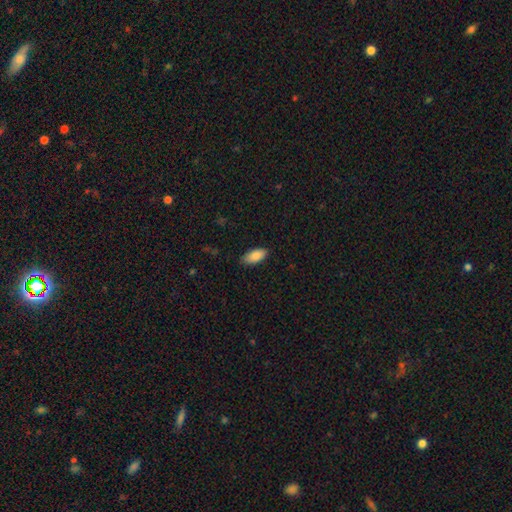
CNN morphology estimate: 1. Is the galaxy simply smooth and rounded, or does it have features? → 88% smooth, 6% star or artifact, 5% featured or disk.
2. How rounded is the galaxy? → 90% in between, 8% cigar-shaped, 2% round.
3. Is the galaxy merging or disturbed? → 84% none, 13% minor disturbance, 2% major disturbance, 1% merger.